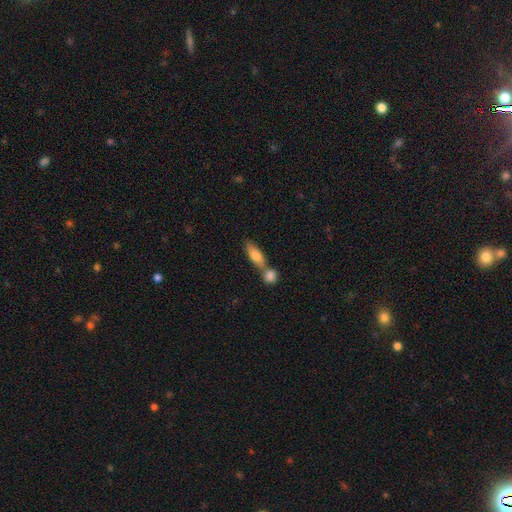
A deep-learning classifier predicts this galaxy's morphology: type=smooth (78%); roundness=in between (68%); merging=merger (49%).